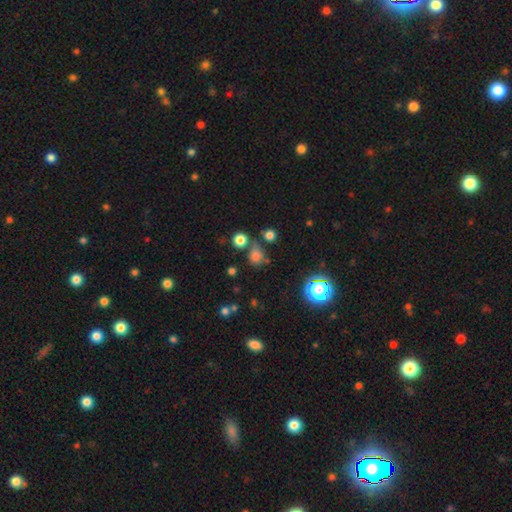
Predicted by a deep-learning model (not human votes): Smooth or featured? Predicted: smooth (p=0.70). How rounded? Predicted: round (p=0.76). Merging? Predicted: none (p=0.62).